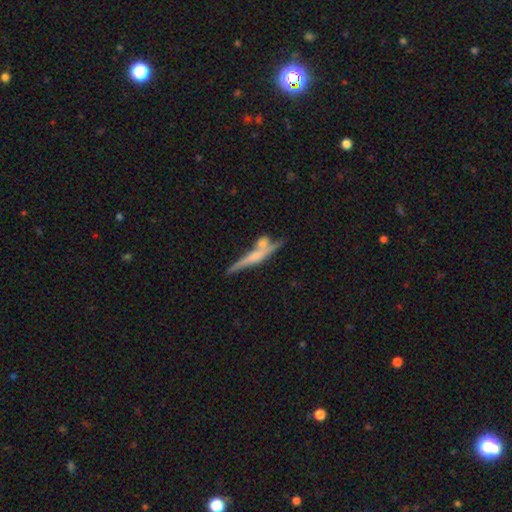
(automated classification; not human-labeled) Smooth or featured?
  - featured or disk: 59% *
  - smooth: 34%
  - star or artifact: 7%
Edge-on disk?
  - yes: 91% *
  - no: 9%
Edge-on bulge?
  - rounded: 52% *
  - none: 33%
  - boxy: 15%
Merging?
  - none: 54% *
  - merger: 27%
  - minor disturbance: 13%
  - major disturbance: 5%